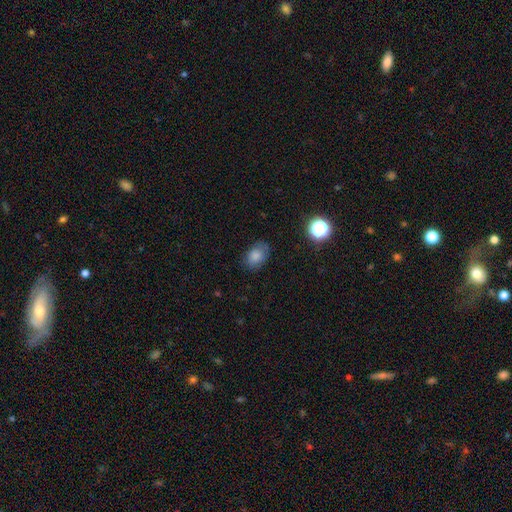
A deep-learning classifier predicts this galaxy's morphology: Smooth or featured? smooth (80%)
How rounded? in between (77%)
Merging? none (75%)